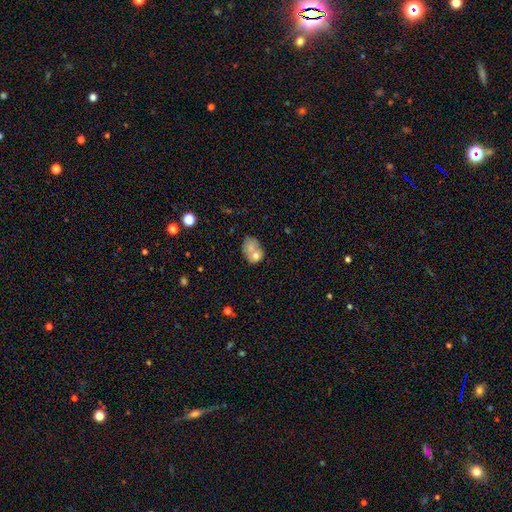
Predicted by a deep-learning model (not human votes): smooth_or_featured: smooth (p=0.56) [alt: featured or disk p=0.29]
how_rounded: in between (p=0.58) [alt: round p=0.40]
merging: none (p=0.43) [alt: merger p=0.29]